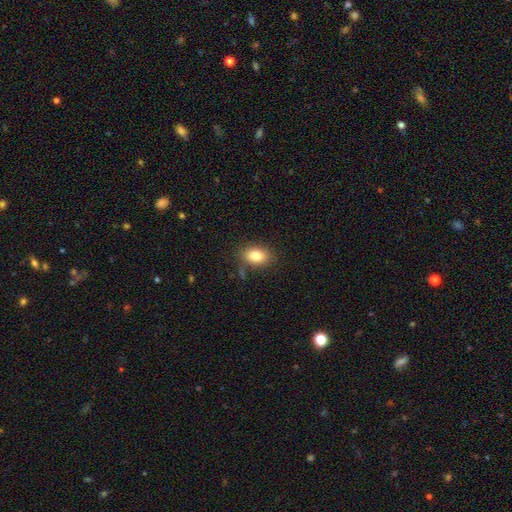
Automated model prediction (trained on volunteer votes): Morphology: type=smooth (83%); roundness=in between (81%); merging=none (80%).